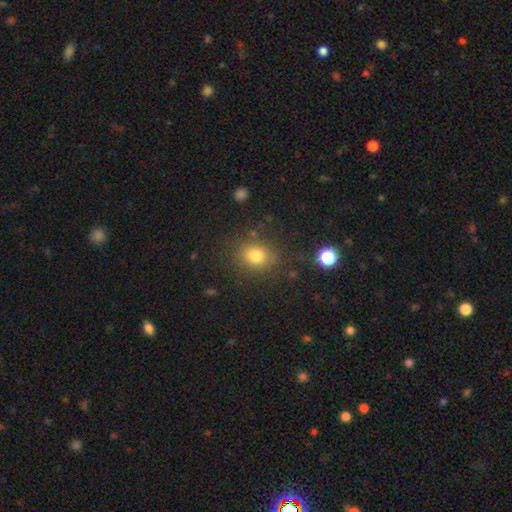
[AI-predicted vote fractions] A smooth galaxy with no disk features (79%) that is round (66%). Merging: none (82%).